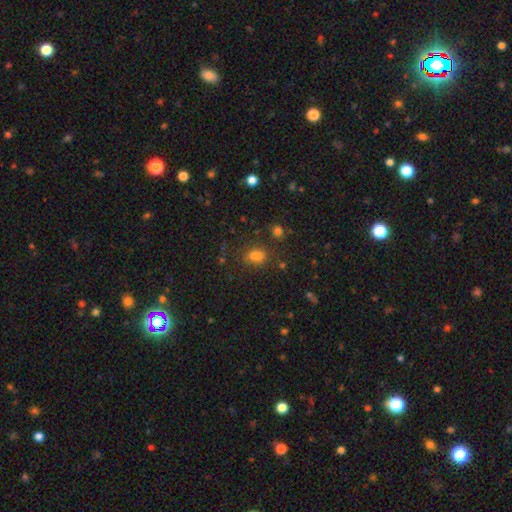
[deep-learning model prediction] smooth-or-featured: smooth: 68% | star or artifact: 23% | featured or disk: 8%
  how-rounded: in between: 64% | round: 33% | cigar-shaped: 3%
  merging: none: 62% | merger: 18% | minor disturbance: 14% | major disturbance: 6%